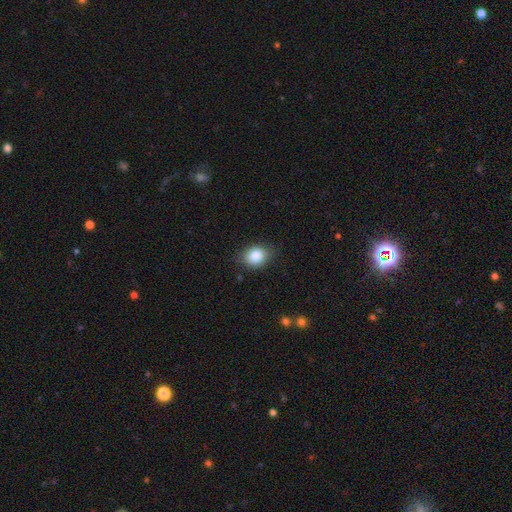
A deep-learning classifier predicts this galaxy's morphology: This is clearly a smooth galaxy (83%). How rounded: possibly round (50%). Merging: likely none (79%).